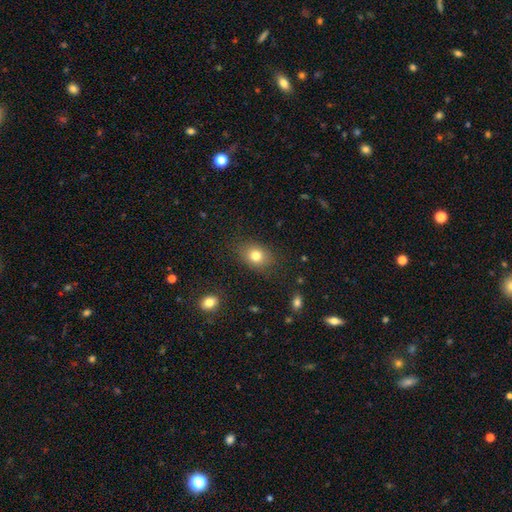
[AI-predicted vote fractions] Smooth or featured?
  - smooth: 79% *
  - star or artifact: 11%
  - featured or disk: 10%
How rounded?
  - in between: 62% *
  - round: 37%
  - cigar-shaped: 1%
Merging?
  - none: 82% *
  - minor disturbance: 12%
  - major disturbance: 4%
  - merger: 1%